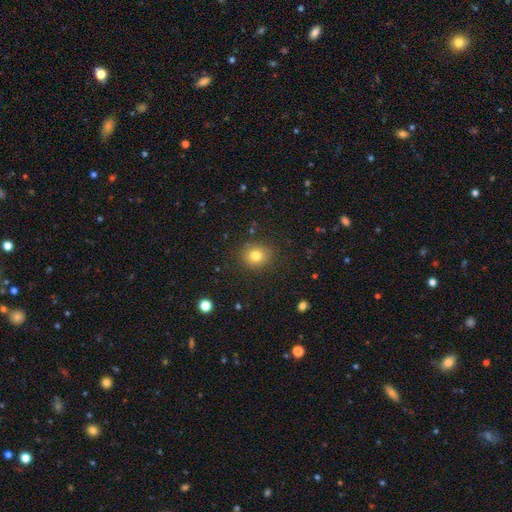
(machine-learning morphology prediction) smooth-or-featured: smooth: 79% | star or artifact: 13% | featured or disk: 8%
  how-rounded: round: 80% | in between: 20% | cigar-shaped: 1%
  merging: none: 87% | minor disturbance: 9% | major disturbance: 3% | merger: 2%